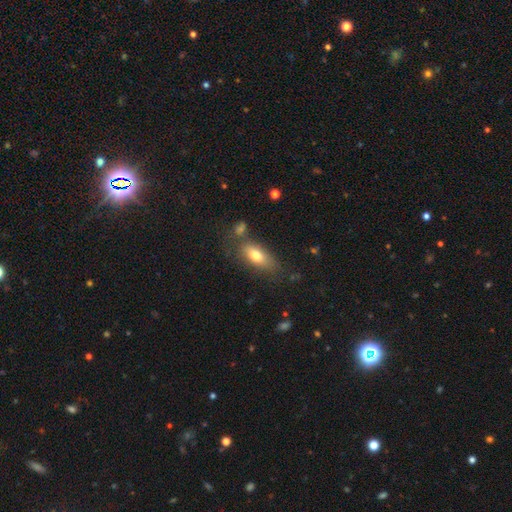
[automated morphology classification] Q: Smooth or featured?
A: smooth (71%); runner-up: featured or disk (20%)
Q: How rounded?
A: in between (79%); runner-up: cigar-shaped (15%)
Q: Merging?
A: none (65%); runner-up: minor disturbance (18%)